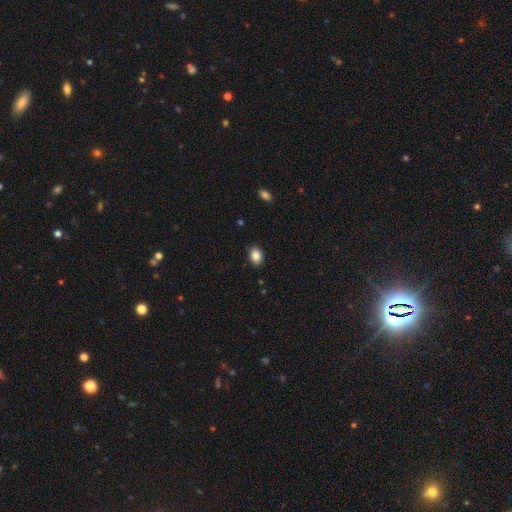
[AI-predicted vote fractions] Q: Smooth or featured?
A: smooth (87%); runner-up: star or artifact (8%)
Q: How rounded?
A: in between (78%); runner-up: round (21%)
Q: Merging?
A: none (88%); runner-up: minor disturbance (9%)